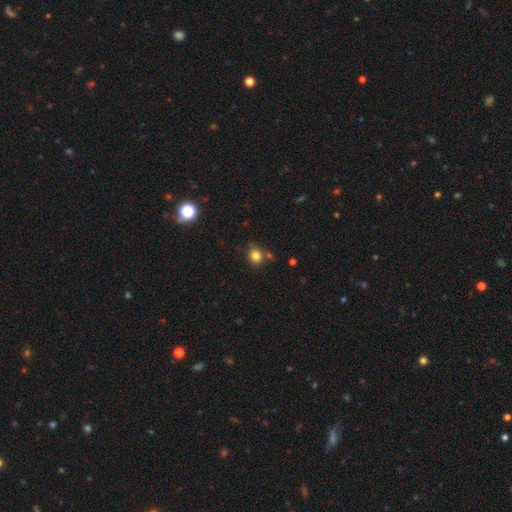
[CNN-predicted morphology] Smooth or featured: smooth — 81% (star or artifact — 13%)
How rounded: round — 75% (in between — 24%)
Merging: none — 69% (minor disturbance — 16%)